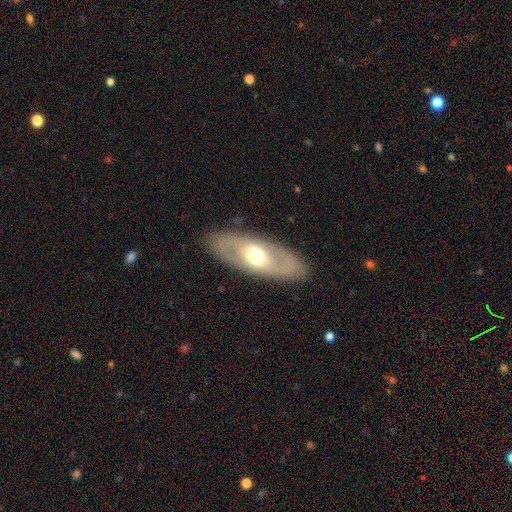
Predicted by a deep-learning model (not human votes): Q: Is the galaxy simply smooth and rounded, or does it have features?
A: featured or disk — 61%.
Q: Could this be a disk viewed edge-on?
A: no — 84%.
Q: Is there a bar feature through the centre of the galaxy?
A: no — 70%.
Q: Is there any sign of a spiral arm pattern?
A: no — 67%.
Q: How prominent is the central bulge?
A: moderate — 67%.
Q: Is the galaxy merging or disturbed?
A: none — 86%.